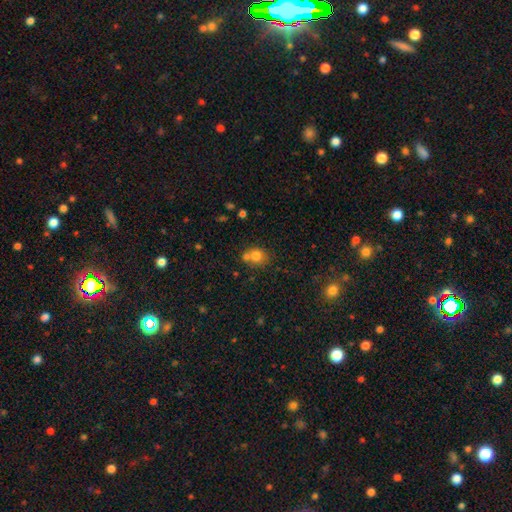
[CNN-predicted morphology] This appears to be a smooth galaxy with no disk features (77%) that is round (74%). Merging: none (51%).